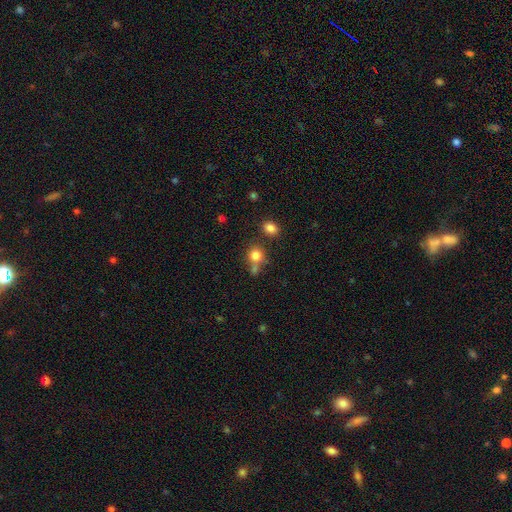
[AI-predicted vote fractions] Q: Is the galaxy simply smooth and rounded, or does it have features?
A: smooth — 80%.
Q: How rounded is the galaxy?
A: round — 83%.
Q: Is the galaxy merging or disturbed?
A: none — 59%.